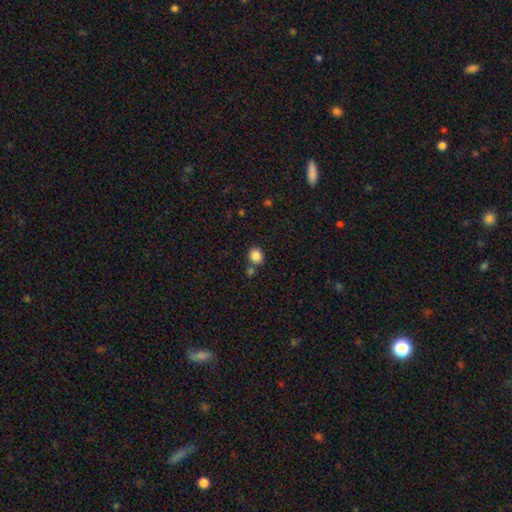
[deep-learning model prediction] Smooth or featured? Predicted: smooth (p=0.86). How rounded? Predicted: round (p=0.77). Merging? Predicted: none (p=0.70).